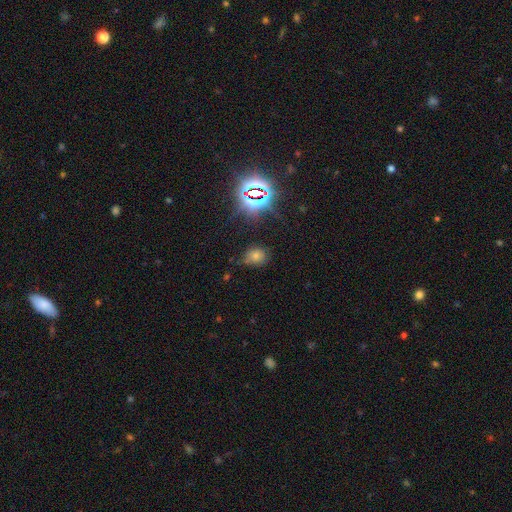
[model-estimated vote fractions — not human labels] Overall: smooth (45%; star or artifact 44%). Merging: none (73%).